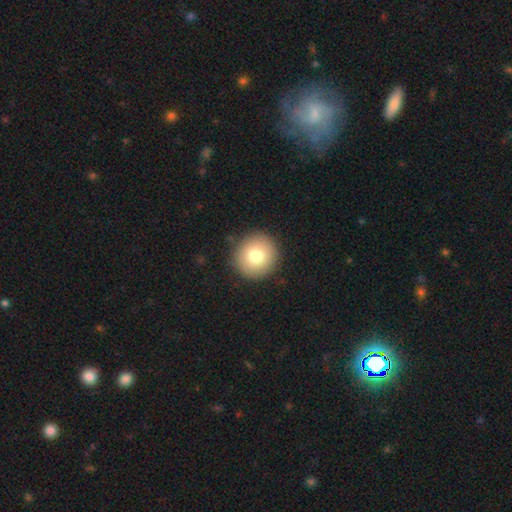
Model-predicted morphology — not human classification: A smooth galaxy with no disk features (80%) that is round (94%).

Vote fractions:
- Smooth or featured? smooth: 80% / featured or disk: 11% / star or artifact: 9%
- How rounded? round: 94% / in between: 5% / cigar-shaped: 1%
- Merging? none: 91% / minor disturbance: 6% / major disturbance: 2% / merger: 1%